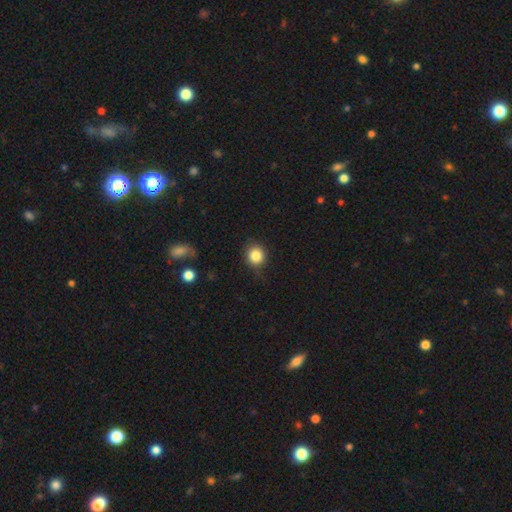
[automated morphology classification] Smooth or featured? smooth (84%)
How rounded? round (84%)
Merging? none (79%)